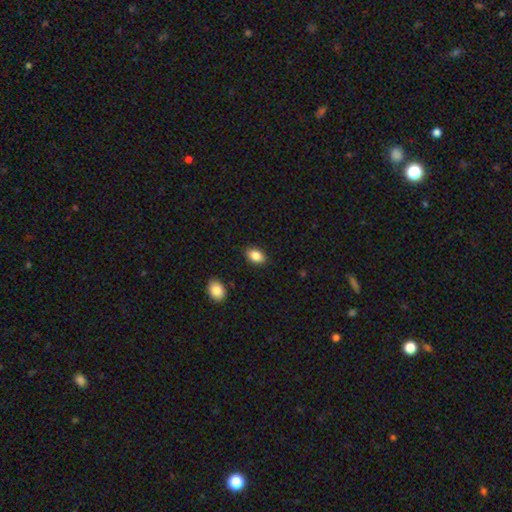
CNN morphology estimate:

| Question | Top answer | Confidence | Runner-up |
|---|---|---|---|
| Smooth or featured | smooth | 86% | star or artifact (8%) |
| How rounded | in between | 86% | round (13%) |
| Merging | none | 87% | minor disturbance (9%) |